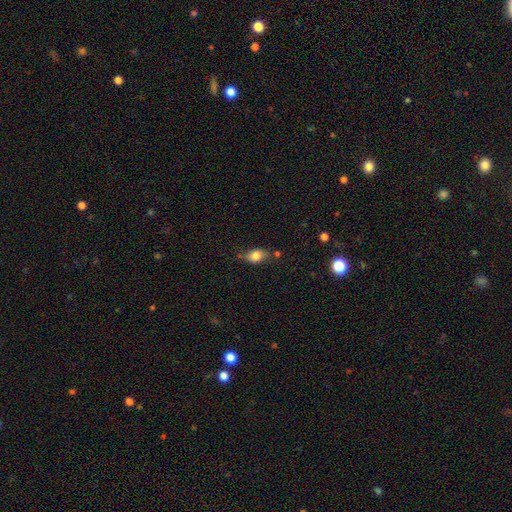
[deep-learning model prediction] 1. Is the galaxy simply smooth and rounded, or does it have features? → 78% smooth, 13% featured or disk, 9% star or artifact.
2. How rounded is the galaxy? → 76% in between, 20% round, 4% cigar-shaped.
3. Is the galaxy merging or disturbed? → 63% none, 24% minor disturbance, 7% merger, 6% major disturbance.